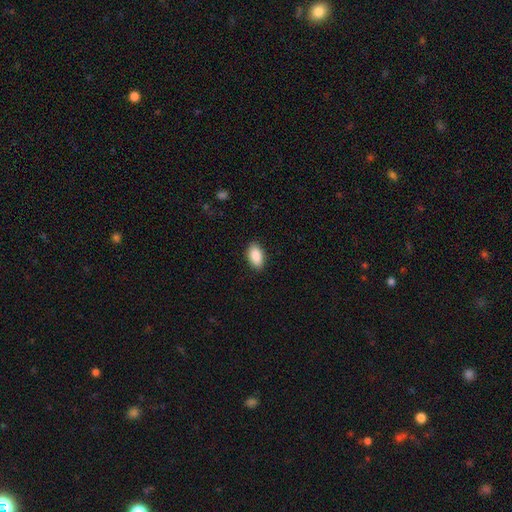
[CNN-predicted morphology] Q: Smooth or featured?
A: smooth (90%); runner-up: star or artifact (6%)
Q: How rounded?
A: in between (93%); runner-up: round (4%)
Q: Merging?
A: none (89%); runner-up: minor disturbance (8%)